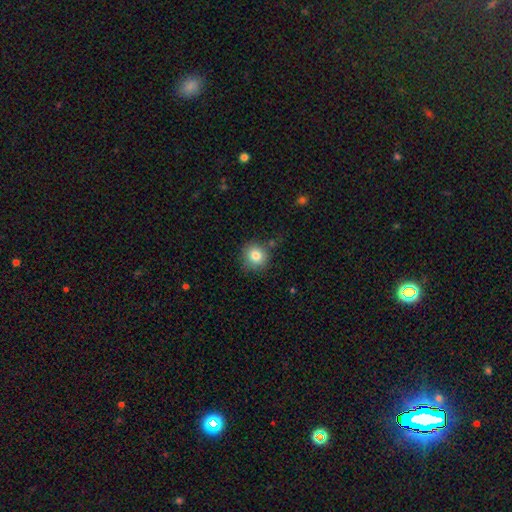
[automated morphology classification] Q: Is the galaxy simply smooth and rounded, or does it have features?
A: smooth — 83%.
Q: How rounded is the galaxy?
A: round — 88%.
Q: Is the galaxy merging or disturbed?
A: none — 80%.